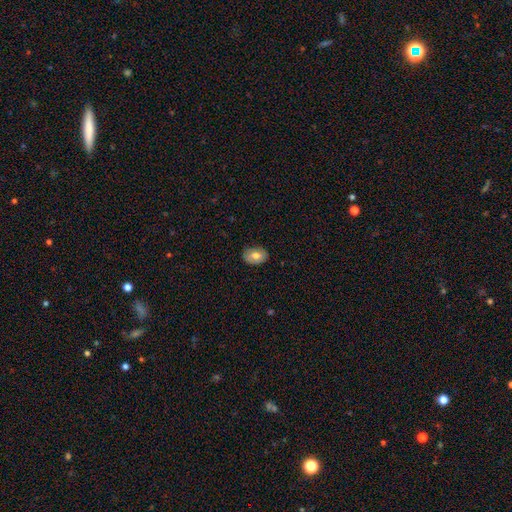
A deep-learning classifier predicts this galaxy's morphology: smooth-or-featured: smooth: 70% | featured or disk: 22% | star or artifact: 7%
  how-rounded: in between: 80% | round: 19% | cigar-shaped: 1%
  merging: none: 84% | minor disturbance: 12% | major disturbance: 2% | merger: 1%